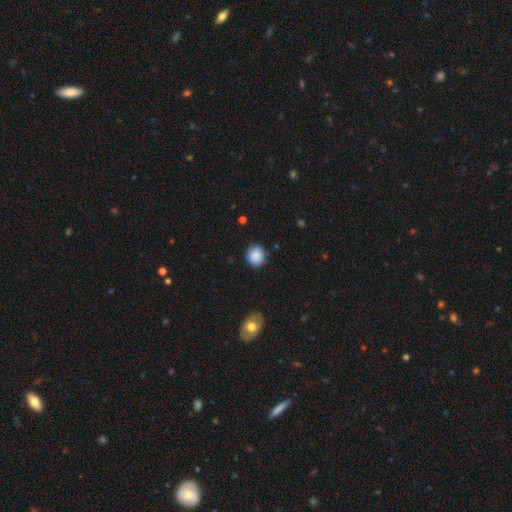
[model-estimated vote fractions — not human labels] This is clearly a smooth galaxy (88%). How rounded: clearly round (84%). Merging: clearly none (87%).